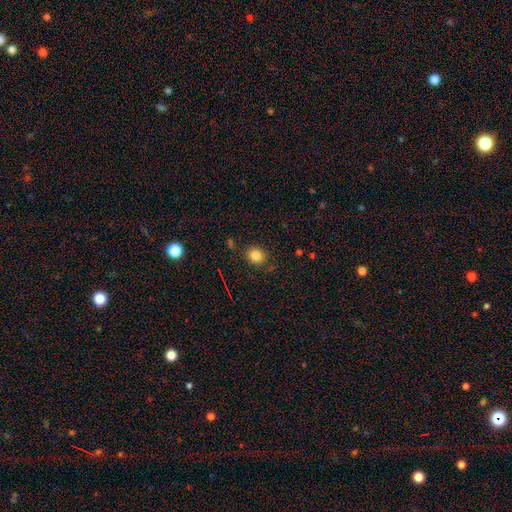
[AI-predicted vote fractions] Smooth or featured? Predicted: smooth (p=0.81). How rounded? Predicted: round (p=0.74). Merging? Predicted: none (p=0.82).